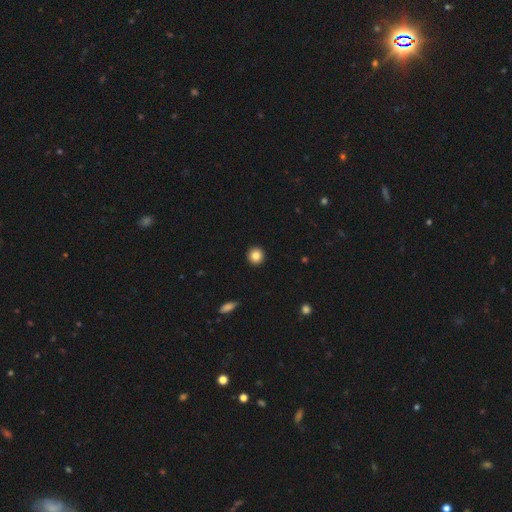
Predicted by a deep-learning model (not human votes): This is clearly a smooth galaxy (85%). How rounded: clearly round (94%). Merging: clearly none (93%).